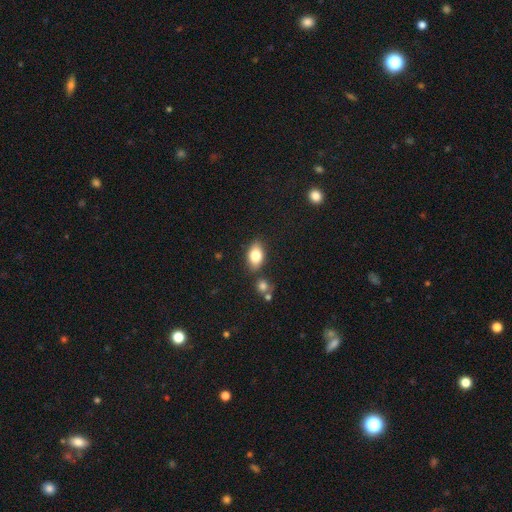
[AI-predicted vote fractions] Smooth or featured? smooth (80%)
How rounded? in between (86%)
Merging? none (79%)